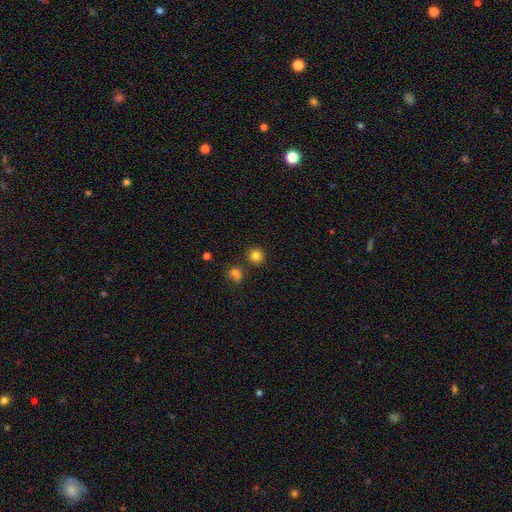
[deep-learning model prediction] This is clearly a smooth galaxy (82%). How rounded: clearly round (91%). Merging: clearly none (84%).